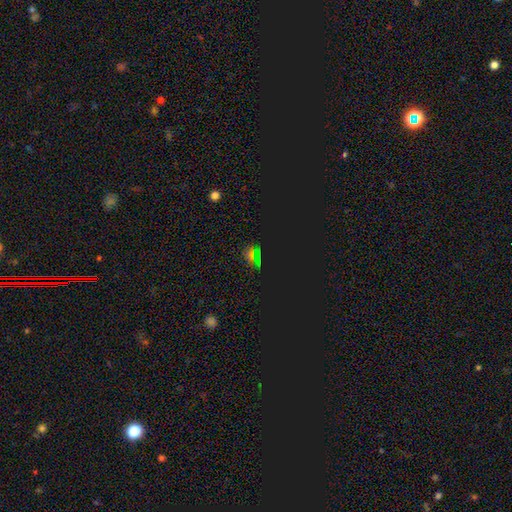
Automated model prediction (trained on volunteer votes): smooth-or-featured: star or artifact: 70% | smooth: 22% | featured or disk: 8%